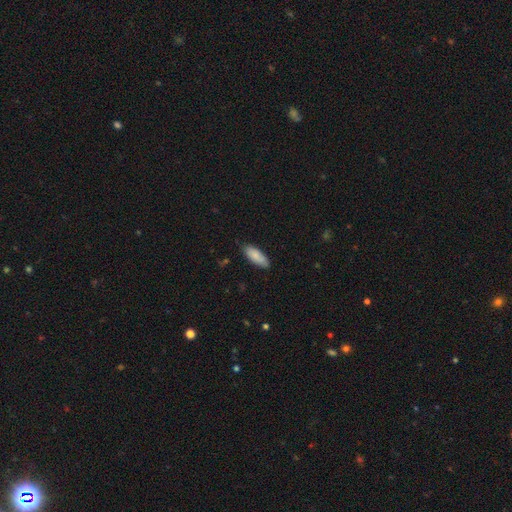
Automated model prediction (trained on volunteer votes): This appears to be a smooth galaxy with no disk features (85%) that is in between round and cigar-shaped (74%). Merging: none (83%).